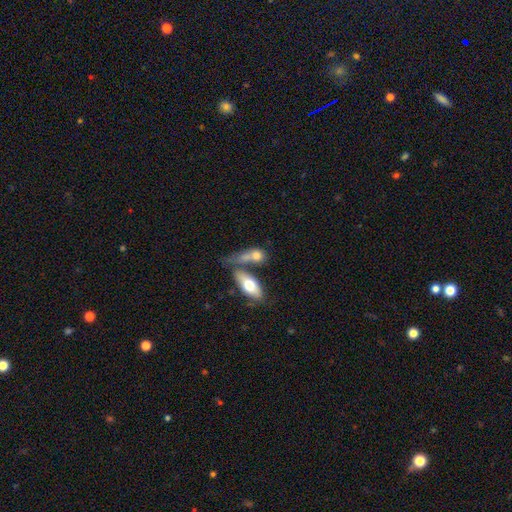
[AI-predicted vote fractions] Smooth or featured? smooth (70%)
How rounded? in between (66%)
Merging? merger (48%)